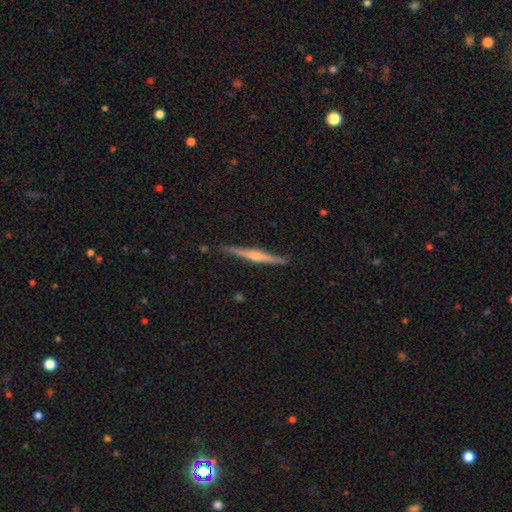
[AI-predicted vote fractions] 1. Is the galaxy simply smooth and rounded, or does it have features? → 74% featured or disk, 21% smooth, 6% star or artifact.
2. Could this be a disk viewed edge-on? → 98% yes, 2% no.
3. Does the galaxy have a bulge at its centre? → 75% rounded, 13% none, 12% boxy.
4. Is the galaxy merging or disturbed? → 89% none, 8% minor disturbance, 1% major disturbance, 1% merger.